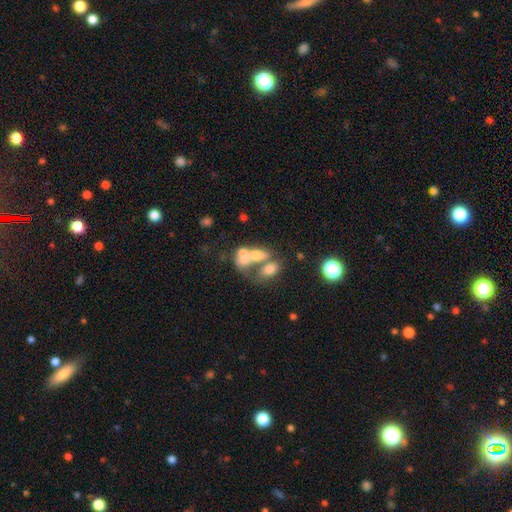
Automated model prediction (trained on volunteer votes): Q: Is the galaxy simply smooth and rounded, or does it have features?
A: smooth — 51%.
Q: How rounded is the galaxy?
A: in between — 78%.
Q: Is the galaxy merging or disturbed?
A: merger — 60%.